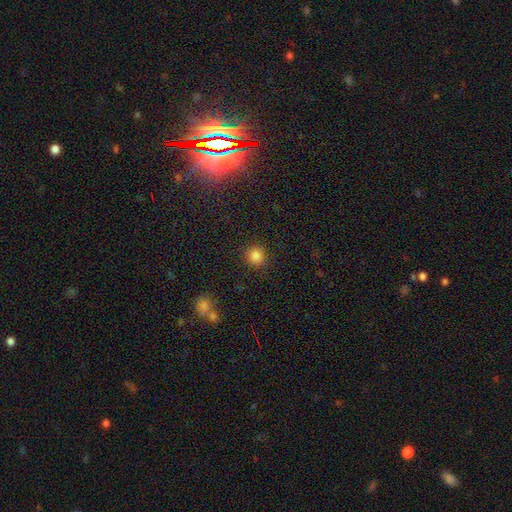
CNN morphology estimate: Smooth or featured?
  - smooth: 84% *
  - star or artifact: 12%
  - featured or disk: 4%
How rounded?
  - round: 91% *
  - in between: 8%
  - cigar-shaped: 1%
Merging?
  - none: 89% *
  - minor disturbance: 7%
  - major disturbance: 3%
  - merger: 2%